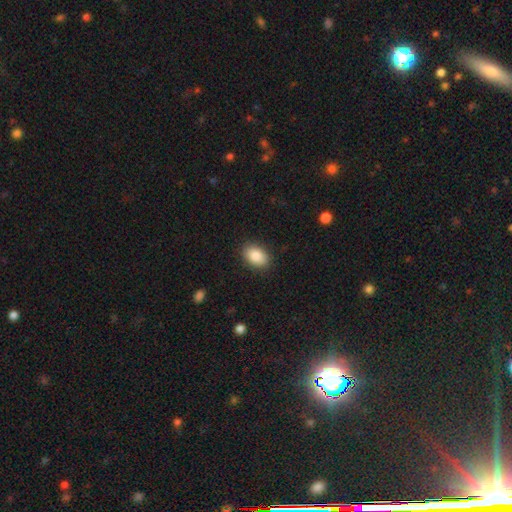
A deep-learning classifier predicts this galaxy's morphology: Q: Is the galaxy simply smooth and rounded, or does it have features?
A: smooth — 88%.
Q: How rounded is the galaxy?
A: in between — 87%.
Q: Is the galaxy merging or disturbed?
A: none — 88%.